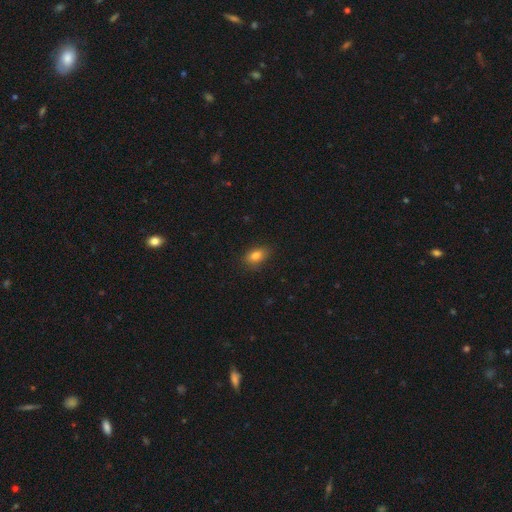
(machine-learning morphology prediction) type=smooth (83%); roundness=in between (83%); merging=none (84%).